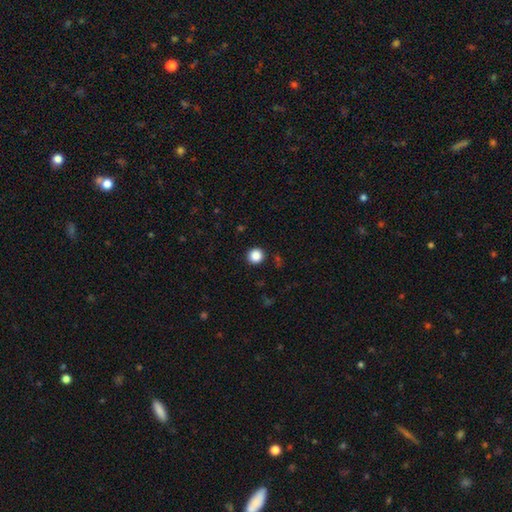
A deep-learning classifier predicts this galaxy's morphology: The model was most divided on "smooth or featured": smooth: 87%, star or artifact: 11%, featured or disk: 3%. More confident: how rounded — round (94%); merging — none (92%).